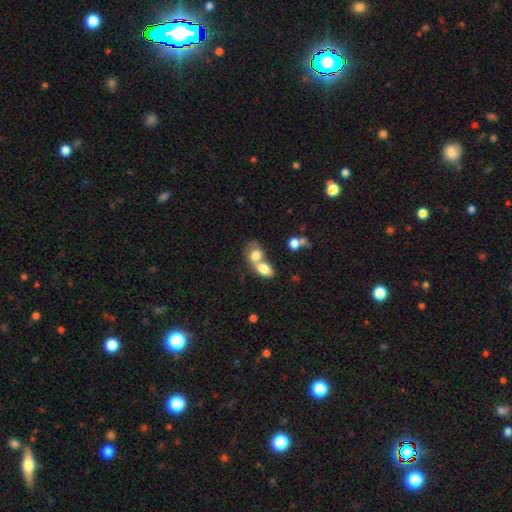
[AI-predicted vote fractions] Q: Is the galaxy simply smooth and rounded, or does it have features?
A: smooth — 74%.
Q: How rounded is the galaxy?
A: in between — 62%.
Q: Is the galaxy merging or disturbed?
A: merger — 72%.